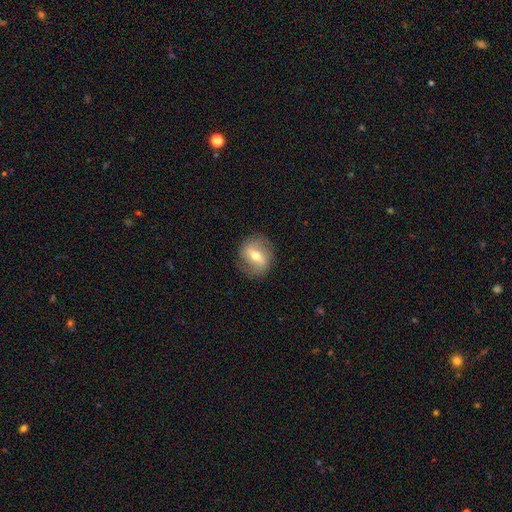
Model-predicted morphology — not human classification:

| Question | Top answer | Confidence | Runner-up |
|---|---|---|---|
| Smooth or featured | featured or disk | 58% | smooth (35%) |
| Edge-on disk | no | 88% | yes (12%) |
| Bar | strong | 49% | weak (36%) |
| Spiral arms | yes | 54% | no (46%) |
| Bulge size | moderate | 68% | small (24%) |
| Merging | none | 82% | minor disturbance (12%) |